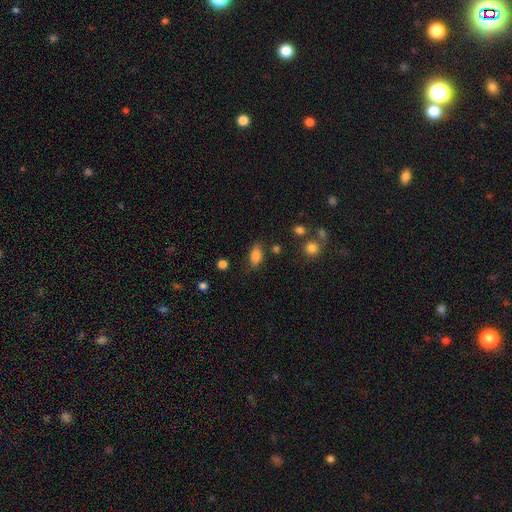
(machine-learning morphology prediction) type=smooth (83%); roundness=in between (87%); merging=none (73%).